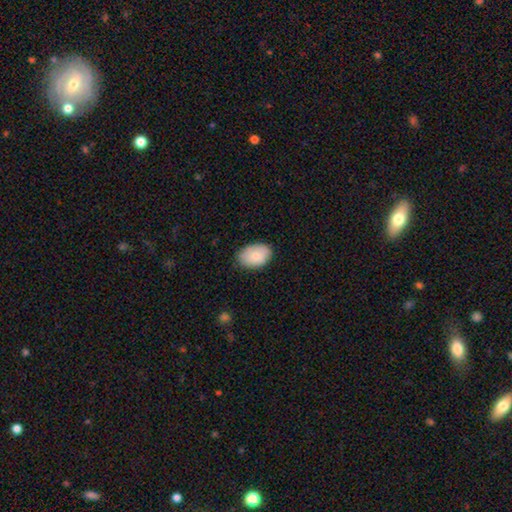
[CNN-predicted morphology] A smooth galaxy with no disk features (84%) that is in between round and cigar-shaped (88%). Merging: none (81%).